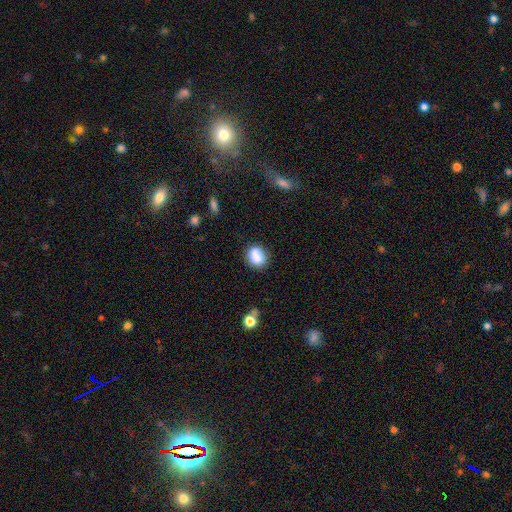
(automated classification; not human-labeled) This is clearly a smooth galaxy (83%). How rounded: possibly in between (53%). Merging: likely none (72%).